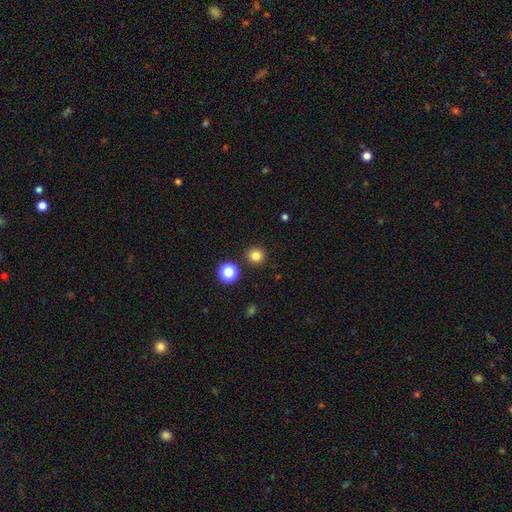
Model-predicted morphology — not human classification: The model was most divided on "smooth or featured": smooth: 81%, star or artifact: 14%, featured or disk: 5%. More confident: how rounded — round (93%); merging — none (90%).